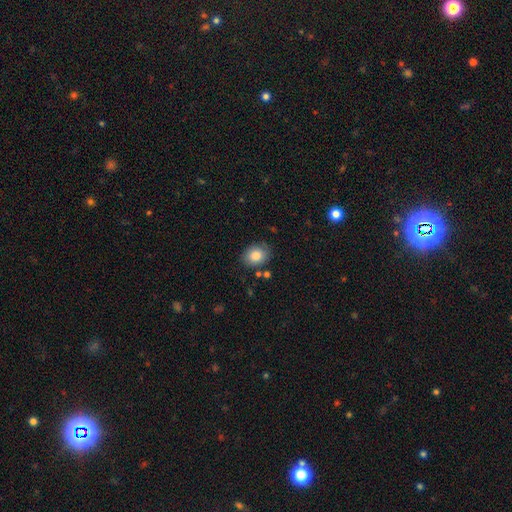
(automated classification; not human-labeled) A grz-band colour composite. It shows a smooth galaxy with no disk features (84%) that is in between round and cigar-shaped (50%). Merging: none (79%).